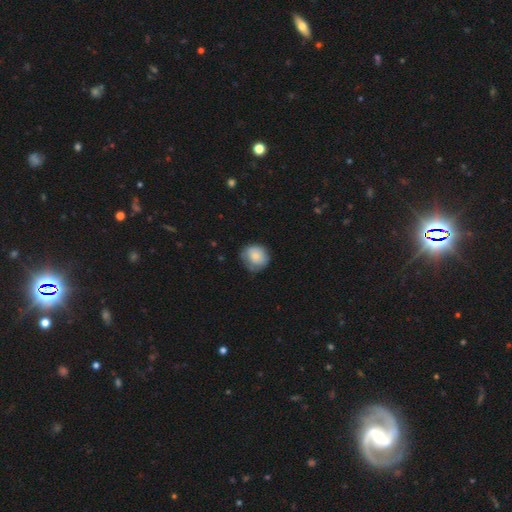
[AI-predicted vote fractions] Smooth or featured? smooth (80%)
How rounded? round (83%)
Merging? none (65%)